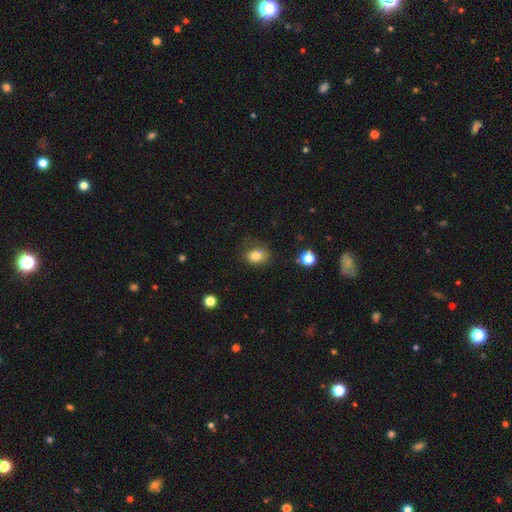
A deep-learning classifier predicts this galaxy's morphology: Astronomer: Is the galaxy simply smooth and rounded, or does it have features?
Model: smooth — 80%.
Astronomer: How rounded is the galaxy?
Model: in between — 60% (runner-up: round, 39%).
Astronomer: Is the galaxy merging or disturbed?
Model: none — 63%.